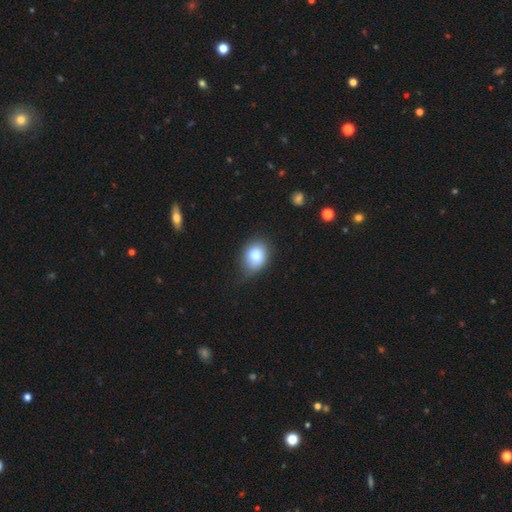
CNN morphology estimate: Smooth or featured? Predicted: smooth (p=0.84). How rounded? Predicted: in between (p=0.55). Merging? Predicted: none (p=0.56).